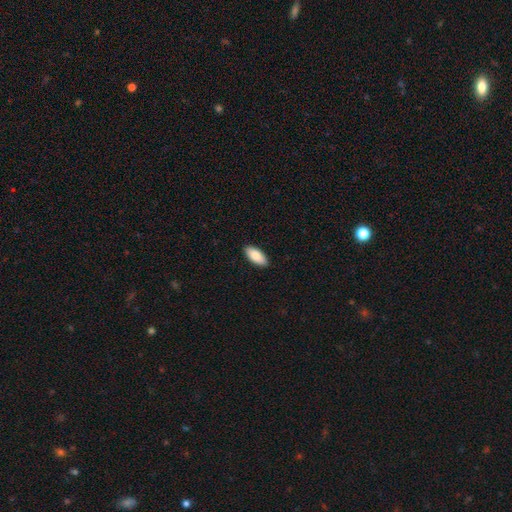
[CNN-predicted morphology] A smooth galaxy with no disk features (84%) that is in between round and cigar-shaped (90%). Merging: none (91%).